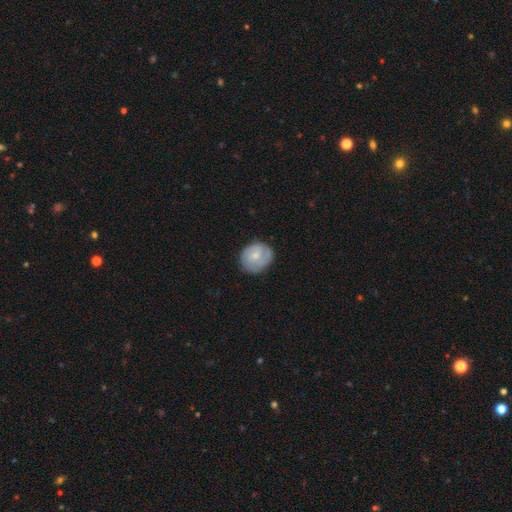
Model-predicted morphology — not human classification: Q: Smooth or featured?
A: smooth (50%); runner-up: featured or disk (44%)
Q: Merging?
A: none (73%); runner-up: minor disturbance (20%)